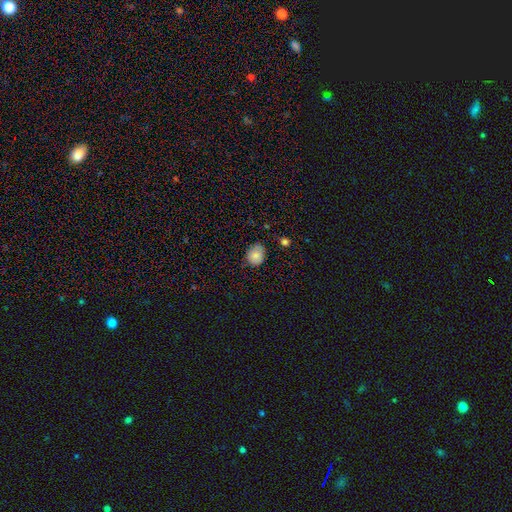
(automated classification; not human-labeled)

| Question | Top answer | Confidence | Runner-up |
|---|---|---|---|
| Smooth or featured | smooth | 82% | featured or disk (9%) |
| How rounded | in between | 52% | round (47%) |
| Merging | none | 66% | minor disturbance (28%) |